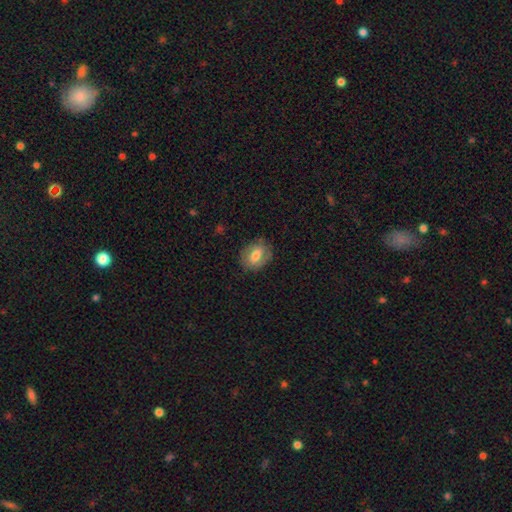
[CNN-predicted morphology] The model was most divided on "how rounded": in between: 62%, round: 37%, cigar-shaped: 1%. More confident: merging — none (77%); smooth or featured — smooth (68%).